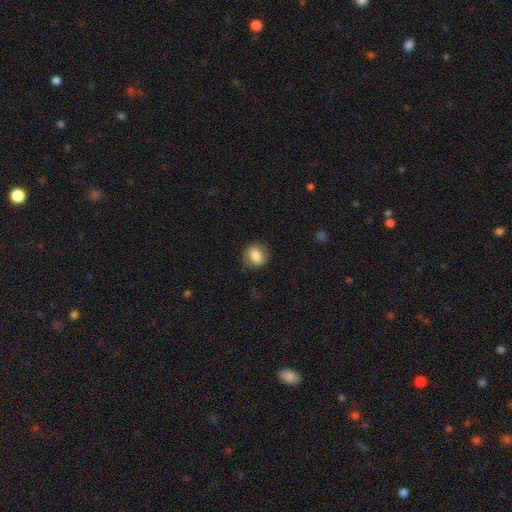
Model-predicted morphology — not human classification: smooth 73%, featured or disk 19%, star or artifact 8%. Down the decision tree: how rounded — in between (49%, tied with round); merging — none (77%).